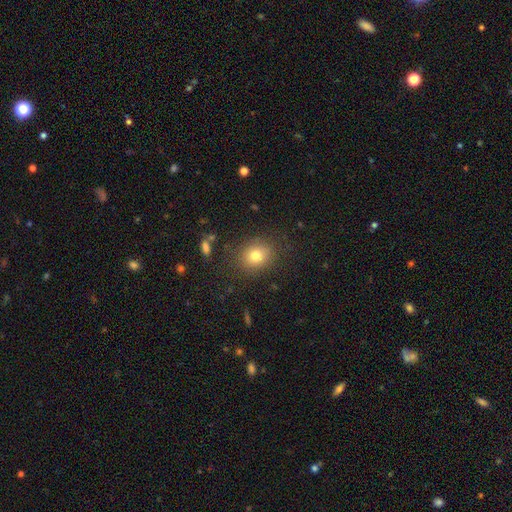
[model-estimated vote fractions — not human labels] This appears to be a smooth galaxy with no disk features (78%) that is round (64%). Merging: none (83%).